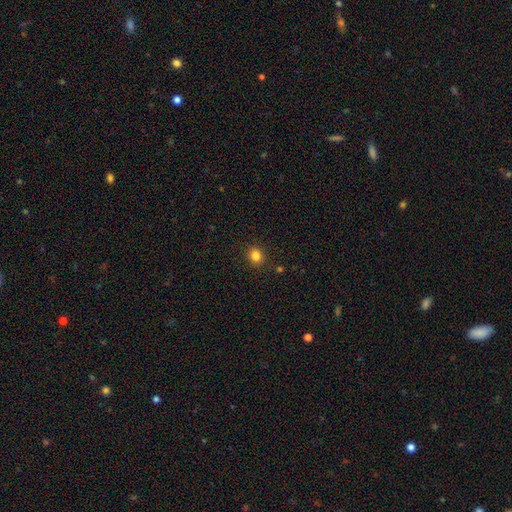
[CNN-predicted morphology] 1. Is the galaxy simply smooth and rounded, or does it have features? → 83% smooth, 13% star or artifact, 5% featured or disk.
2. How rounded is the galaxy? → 80% round, 19% in between, 1% cigar-shaped.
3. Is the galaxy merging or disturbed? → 89% none, 7% minor disturbance, 2% major disturbance, 2% merger.